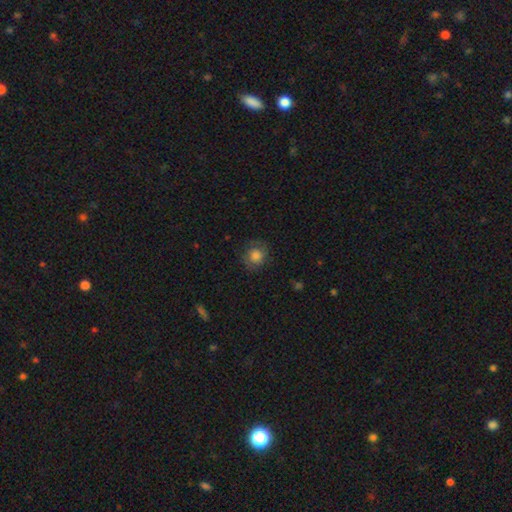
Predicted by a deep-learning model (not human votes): smooth 76%, featured or disk 14%, star or artifact 10%. Down the decision tree: how rounded — round (85%); merging — none (75%).